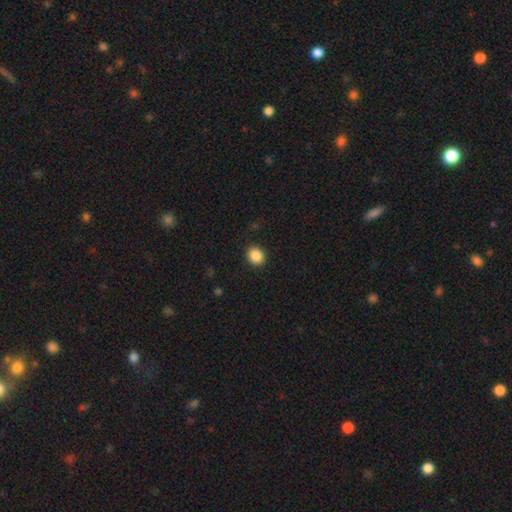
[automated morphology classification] type=smooth (87%); roundness=round (70%); merging=none (91%).